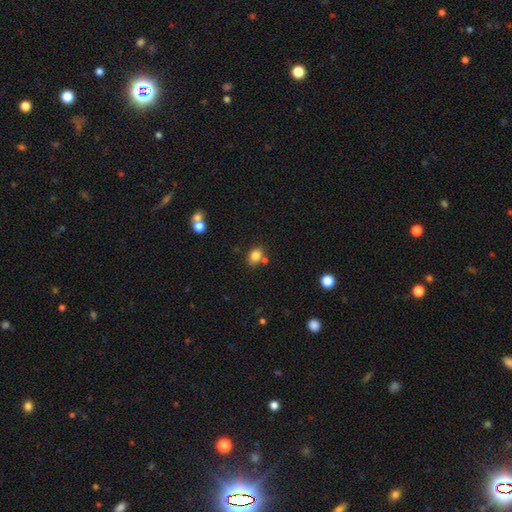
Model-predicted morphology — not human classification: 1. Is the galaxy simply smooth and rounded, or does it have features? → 80% smooth, 12% star or artifact, 8% featured or disk.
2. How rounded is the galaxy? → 51% round, 48% in between, 1% cigar-shaped.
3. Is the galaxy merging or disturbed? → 65% none, 17% merger, 14% minor disturbance, 4% major disturbance.